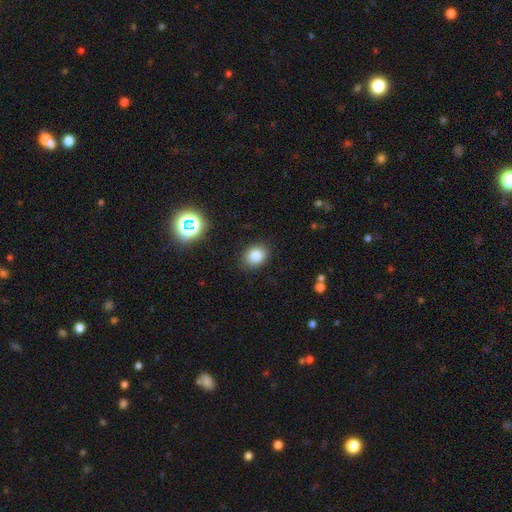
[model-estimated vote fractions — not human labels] A smooth galaxy with no disk features (81%) that is round (55%).

Vote fractions:
- Smooth or featured? smooth: 81% / star or artifact: 12% / featured or disk: 7%
- How rounded? round: 55% / in between: 44% / cigar-shaped: 1%
- Merging? none: 88% / minor disturbance: 8% / major disturbance: 2% / merger: 1%